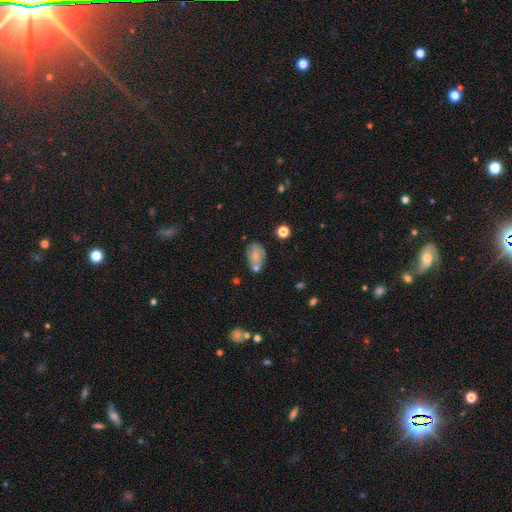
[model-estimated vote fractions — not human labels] Q: Smooth or featured?
A: smooth (68%); runner-up: featured or disk (23%)
Q: How rounded?
A: in between (84%); runner-up: round (14%)
Q: Merging?
A: none (52%); runner-up: minor disturbance (22%)